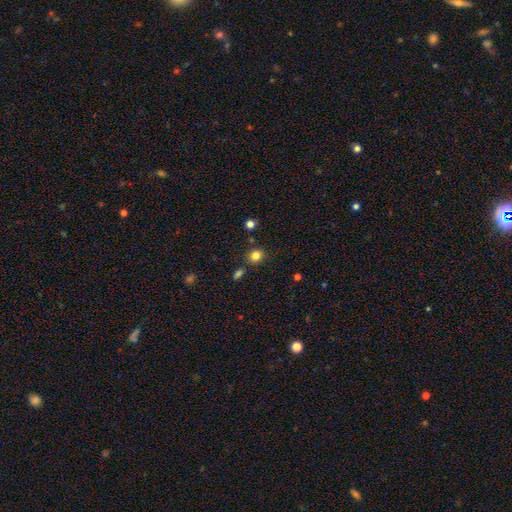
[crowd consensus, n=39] smooth-or-featured: smooth: 87% | star or artifact: 10% | featured or disk: 3%
  how-rounded: round: 79% | in between: 21% | cigar-shaped: 0%
  merging: none: 91% | minor disturbance: 9% | major disturbance: 0% | merger: 0%